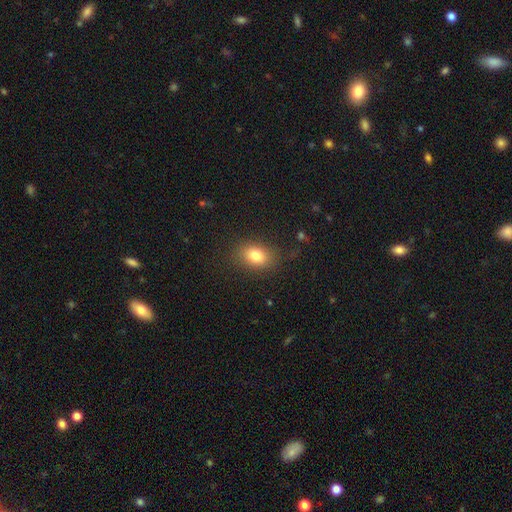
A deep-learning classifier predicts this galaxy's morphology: Smooth or featured: smooth — 81% (star or artifact — 10%)
How rounded: in between — 73% (round — 26%)
Merging: none — 83% (minor disturbance — 12%)